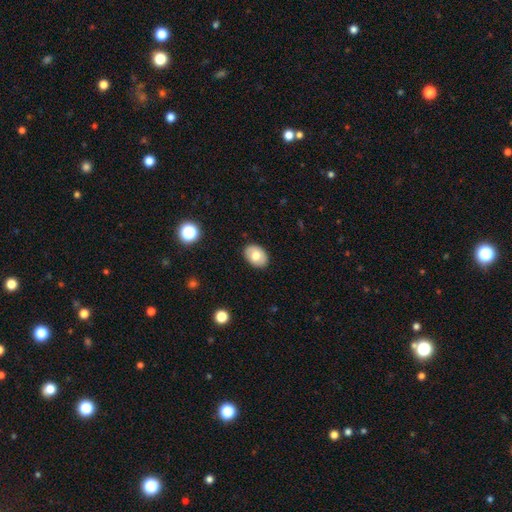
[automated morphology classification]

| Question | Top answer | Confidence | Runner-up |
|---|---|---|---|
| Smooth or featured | smooth | 73% | featured or disk (19%) |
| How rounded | in between | 80% | round (19%) |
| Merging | none | 88% | minor disturbance (9%) |